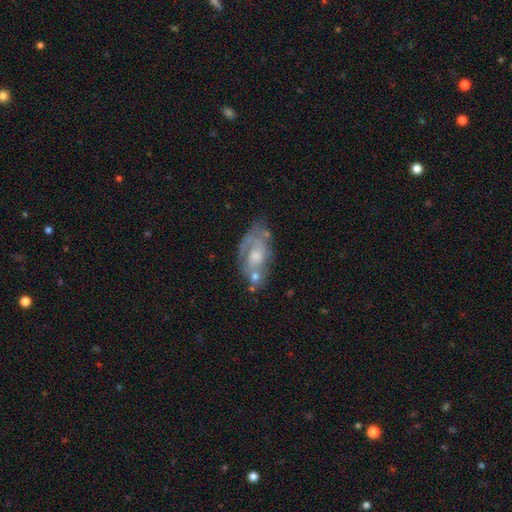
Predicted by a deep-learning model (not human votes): Overall: featured or disk (70%). Edge-on disk: no (94%). Bar: no (71%). Spiral arms: yes (74%). Bulge size: moderate (52%; small 29%). Merging: none (47%; minor disturbance 24%).